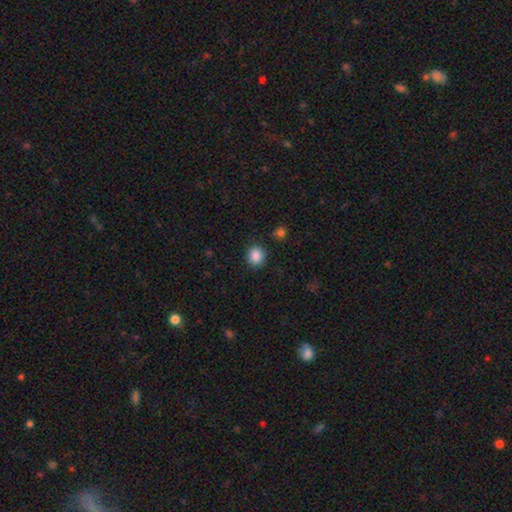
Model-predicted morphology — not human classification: Overall: smooth (87%). How rounded: round (75%). Merging: none (86%).